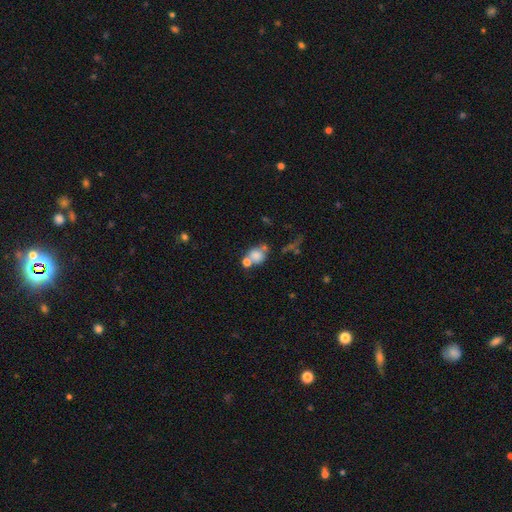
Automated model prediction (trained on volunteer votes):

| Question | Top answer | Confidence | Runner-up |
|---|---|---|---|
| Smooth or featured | smooth | 71% | featured or disk (16%) |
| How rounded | round | 53% | in between (45%) |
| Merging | merger | 43% | none (34%) |